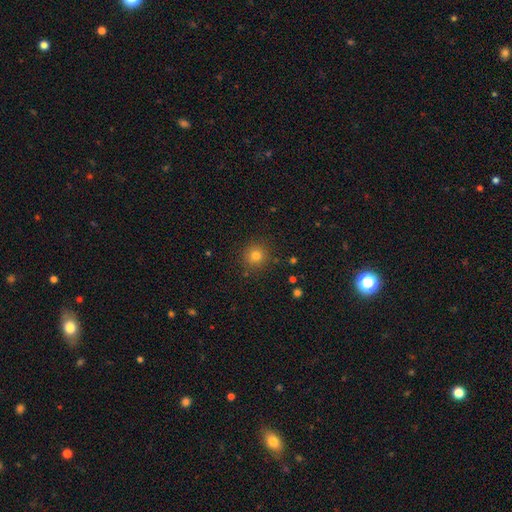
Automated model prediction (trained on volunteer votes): A smooth galaxy with no disk features (79%) that is round (93%).

Vote fractions:
- Smooth or featured? smooth: 79% / star or artifact: 14% / featured or disk: 7%
- How rounded? round: 93% / in between: 6% / cigar-shaped: 1%
- Merging? none: 89% / minor disturbance: 7% / major disturbance: 2% / merger: 2%